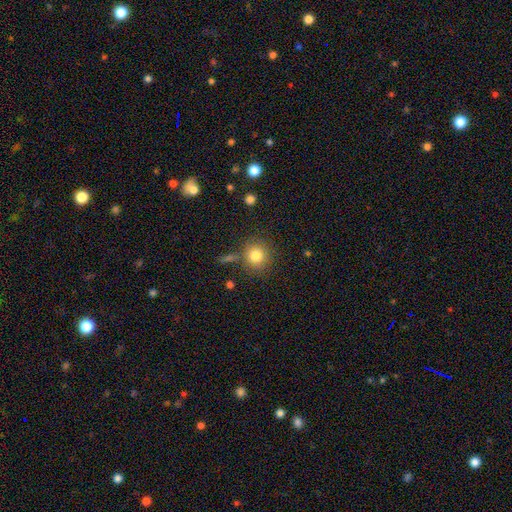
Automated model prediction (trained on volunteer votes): Smooth or featured: smooth — 82% (star or artifact — 11%)
How rounded: round — 90% (in between — 9%)
Merging: none — 78% (minor disturbance — 11%)